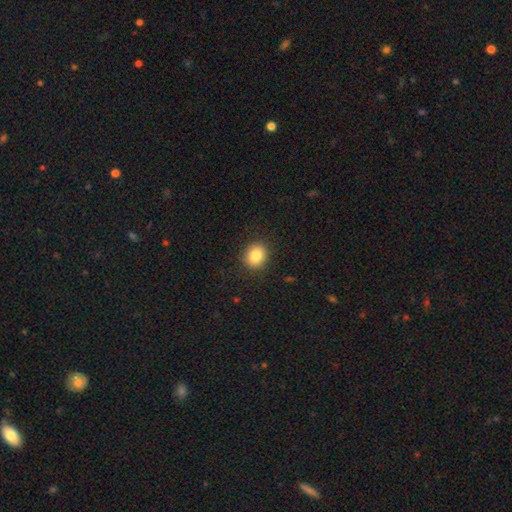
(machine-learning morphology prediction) The model was most divided on "how rounded": round: 74%, in between: 25%, cigar-shaped: 1%. More confident: merging — none (90%); smooth or featured — smooth (84%).